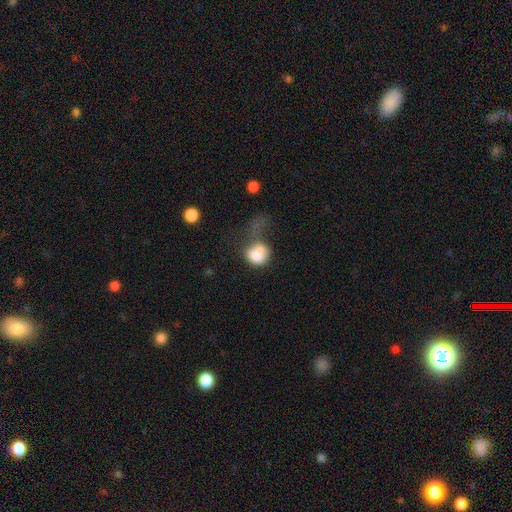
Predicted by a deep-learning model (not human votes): Smooth or featured? Predicted: smooth (p=0.74). How rounded? Predicted: round (p=0.64). Merging? Predicted: major disturbance (p=0.36).